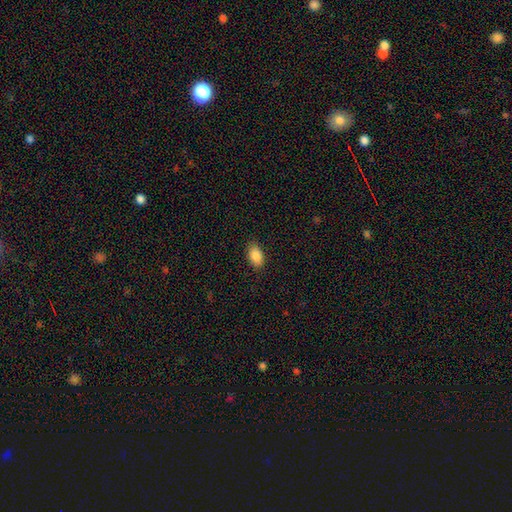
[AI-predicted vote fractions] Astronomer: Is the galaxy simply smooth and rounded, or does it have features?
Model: smooth — 88%.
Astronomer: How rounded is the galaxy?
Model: in between — 92%.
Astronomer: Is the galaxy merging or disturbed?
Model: none — 87%.